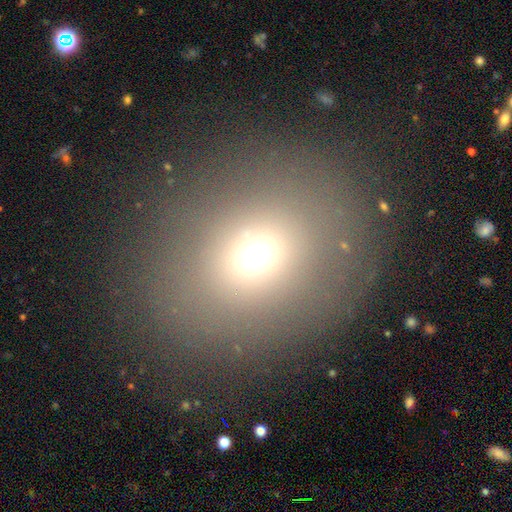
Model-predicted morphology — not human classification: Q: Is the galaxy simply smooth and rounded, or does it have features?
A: smooth — 66%.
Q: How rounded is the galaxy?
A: round — 66%.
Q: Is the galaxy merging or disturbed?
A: none — 82%.